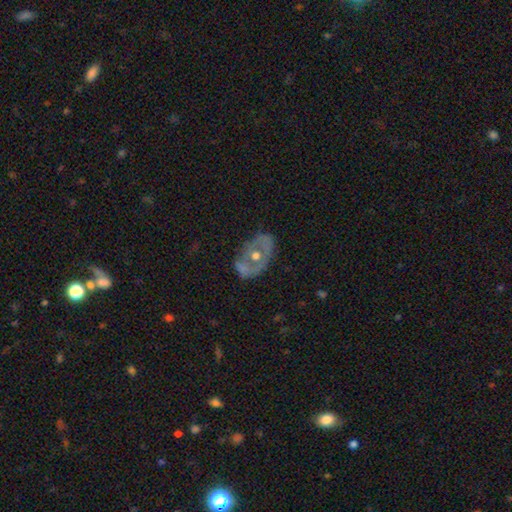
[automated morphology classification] This appears to be a featured or disk galaxy (65%) with no bar (85%), no spiral arms (74%) and a moderate central bulge (77%). Merging: none (63%).